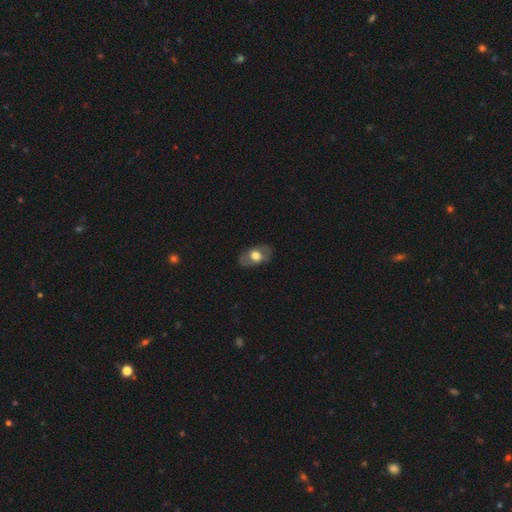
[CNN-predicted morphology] Smooth or featured? smooth (57%)
How rounded? in between (84%)
Merging? none (79%)